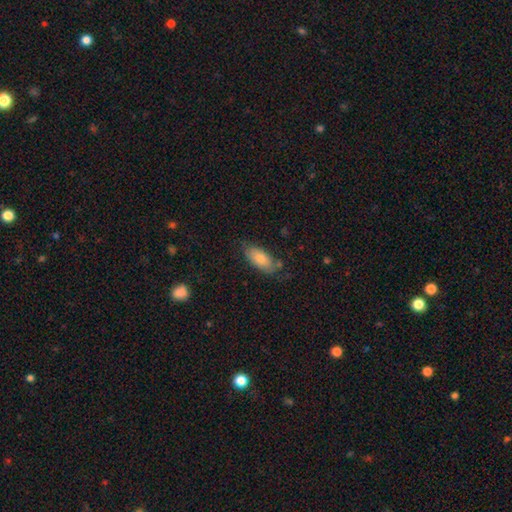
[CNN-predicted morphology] smooth 69%, featured or disk 22%, star or artifact 10%. Down the decision tree: how rounded — in between (83%); merging — none (72%).